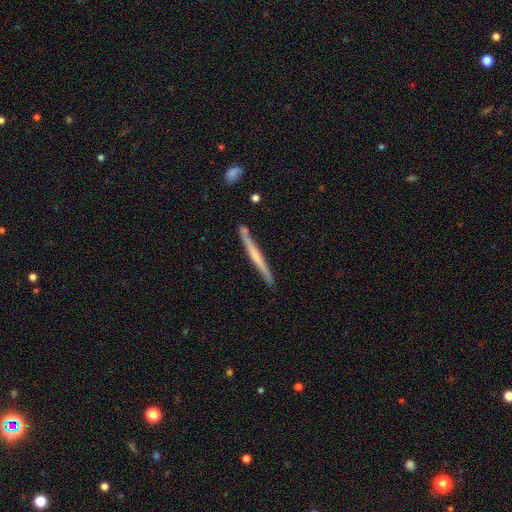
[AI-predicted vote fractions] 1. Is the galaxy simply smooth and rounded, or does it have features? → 55% featured or disk, 40% smooth, 5% star or artifact.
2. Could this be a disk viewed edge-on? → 97% yes, 3% no.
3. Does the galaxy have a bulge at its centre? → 61% none, 27% rounded, 11% boxy.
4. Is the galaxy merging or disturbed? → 84% none, 10% minor disturbance, 4% merger, 2% major disturbance.